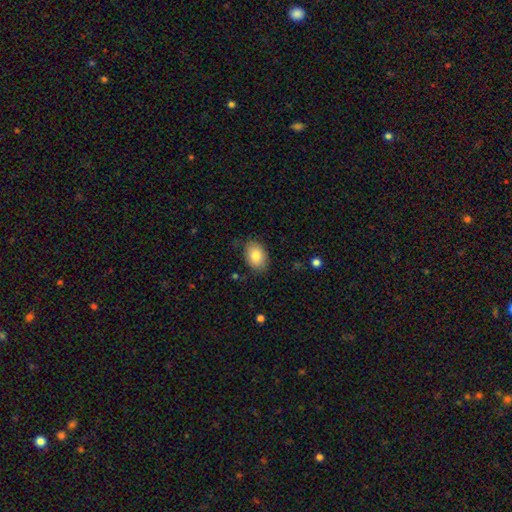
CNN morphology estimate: This appears to be a smooth galaxy with no disk features (83%) that is in between round and cigar-shaped (81%). Merging: none (81%).